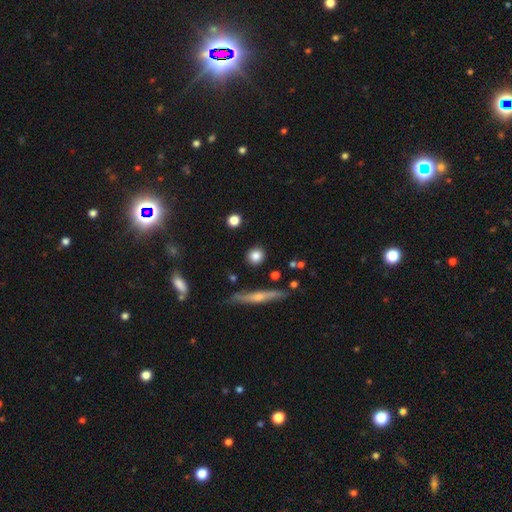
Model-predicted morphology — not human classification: smooth-or-featured: smooth: 82% | featured or disk: 10% | star or artifact: 9%
  how-rounded: round: 86% | in between: 10% | cigar-shaped: 4%
  merging: none: 87% | minor disturbance: 8% | merger: 3% | major disturbance: 3%